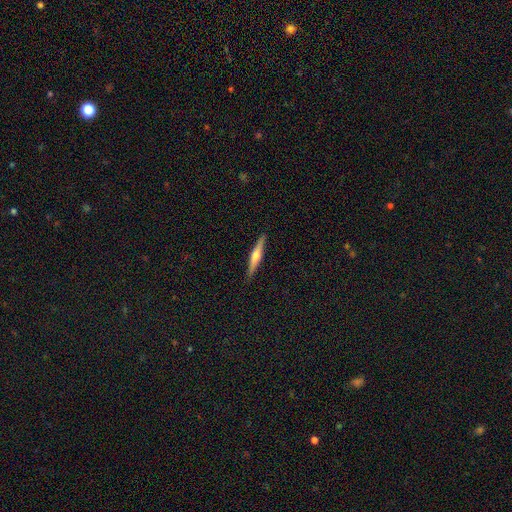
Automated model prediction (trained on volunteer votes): Morphology: type=featured or disk (66%); edge-on=yes (98%); edge-on bulge=rounded (88%); merging=none (91%).